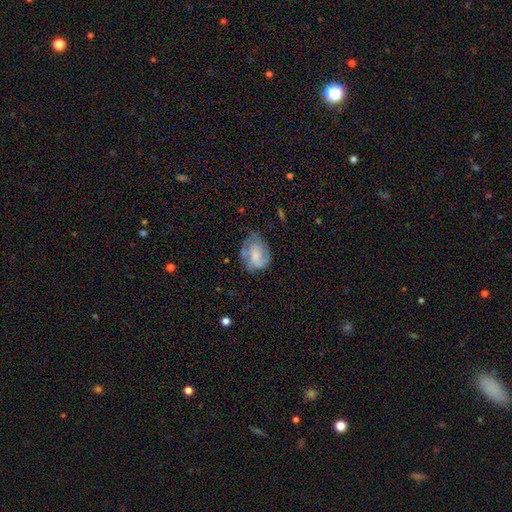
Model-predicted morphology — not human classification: A featured or disk galaxy (56%) with no bar (64%), spiral arms (79%) and no central bulge (31%).

Vote fractions:
- Smooth or featured? featured or disk: 56% / smooth: 36% / star or artifact: 8%
- Edge-on disk? no: 97% / yes: 3%
- Bar? no: 64% / weak: 29% / strong: 6%
- Spiral arms? yes: 79% / no: 21%
- Bulge size? none: 31% / small: 28% / moderate: 26% / large: 13% / dominant: 3%
- Merging? none: 51% / minor disturbance: 29% / major disturbance: 18% / merger: 3%